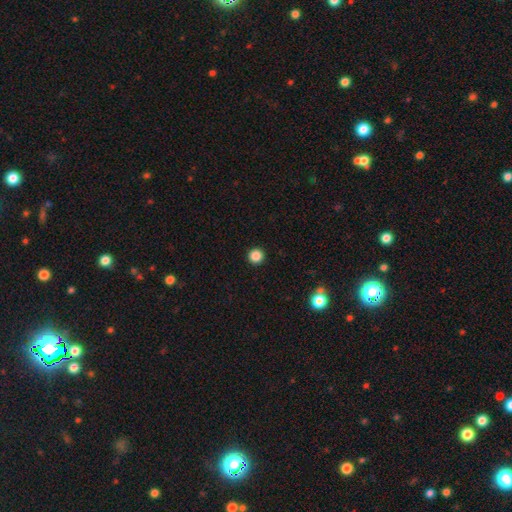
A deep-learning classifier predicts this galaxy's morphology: Smooth or featured? Predicted: smooth (p=0.86). How rounded? Predicted: round (p=0.97). Merging? Predicted: none (p=0.94).